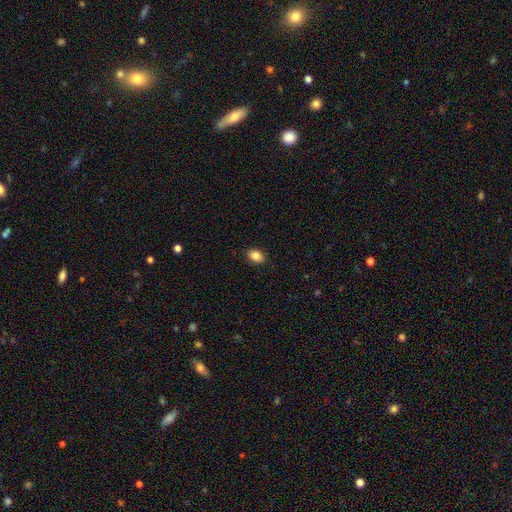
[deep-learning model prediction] Q: Smooth or featured?
A: smooth (86%); runner-up: star or artifact (9%)
Q: How rounded?
A: in between (78%); runner-up: round (21%)
Q: Merging?
A: none (88%); runner-up: minor disturbance (9%)